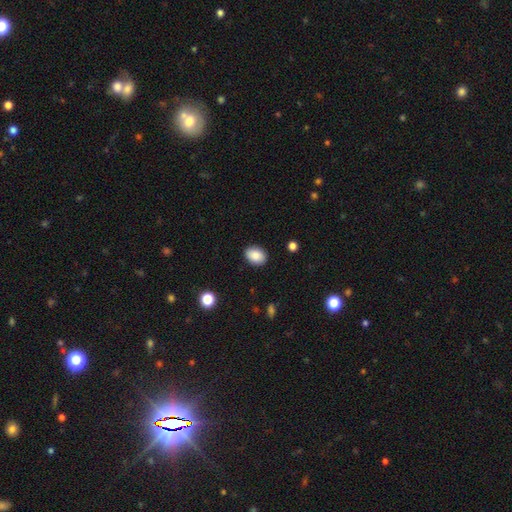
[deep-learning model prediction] Smooth or featured: smooth — 88% (star or artifact — 7%)
How rounded: in between — 75% (round — 24%)
Merging: none — 89% (minor disturbance — 8%)